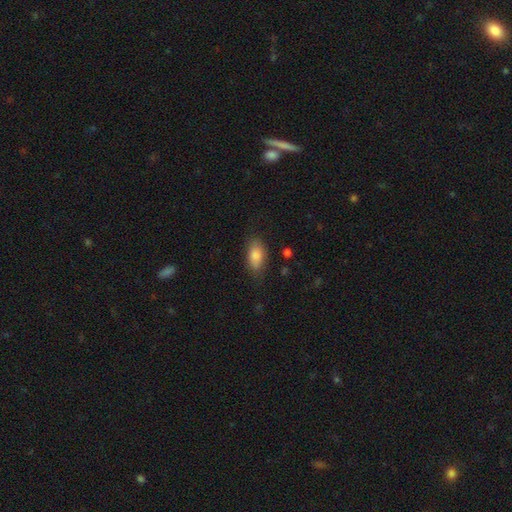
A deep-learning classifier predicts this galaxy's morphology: This appears to be a smooth galaxy with no disk features (84%) that is in between round and cigar-shaped (89%). Merging: none (75%).